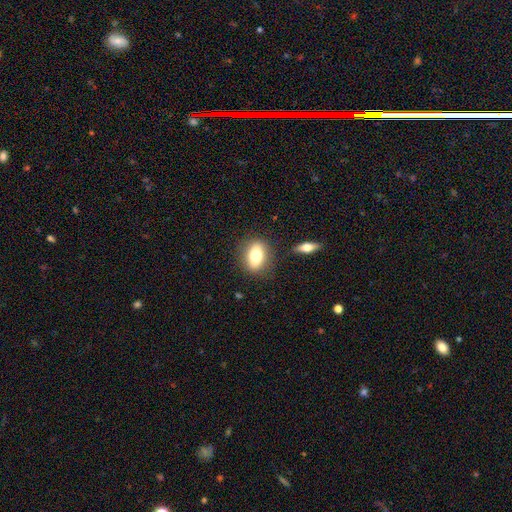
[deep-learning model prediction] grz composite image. It shows a smooth galaxy with no disk features (73%) that is in between round and cigar-shaped (78%). Merging: none (81%).